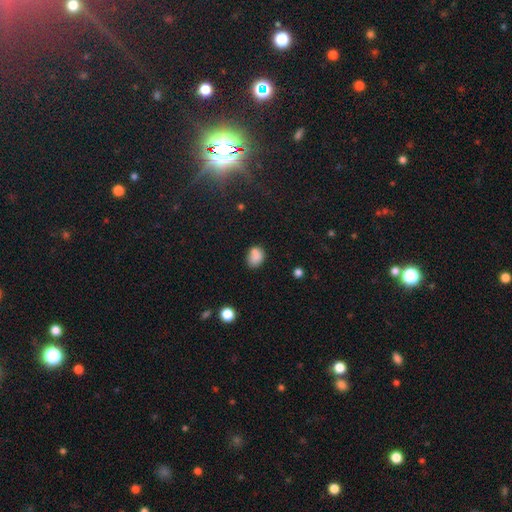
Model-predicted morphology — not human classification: smooth_or_featured: smooth (p=0.83) [alt: star or artifact p=0.10]
how_rounded: in between (p=0.63) [alt: round p=0.36]
merging: none (p=0.62) [alt: minor disturbance p=0.21]